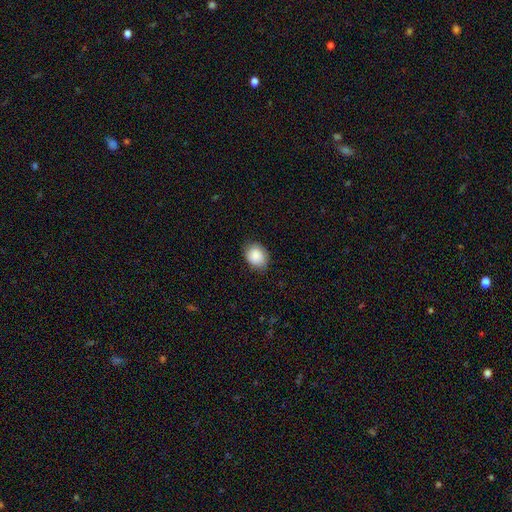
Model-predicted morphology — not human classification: A smooth galaxy with no disk features (87%) that is in between round and cigar-shaped (55%). Merging: none (80%).